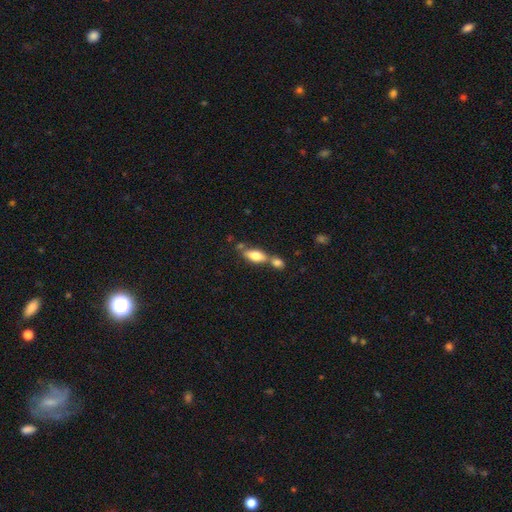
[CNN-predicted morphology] This is likely a smooth galaxy (74%). How rounded: likely in between (80%). Merging: marginally merger (42%, tied with none).